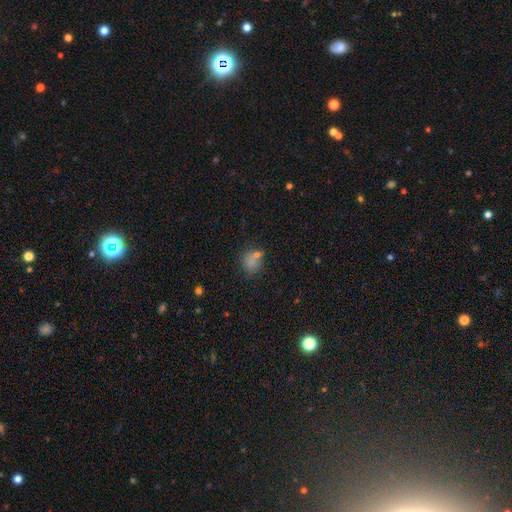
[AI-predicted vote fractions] This is likely a smooth galaxy (68%). How rounded: likely round (60%). Merging: possibly none (58%).